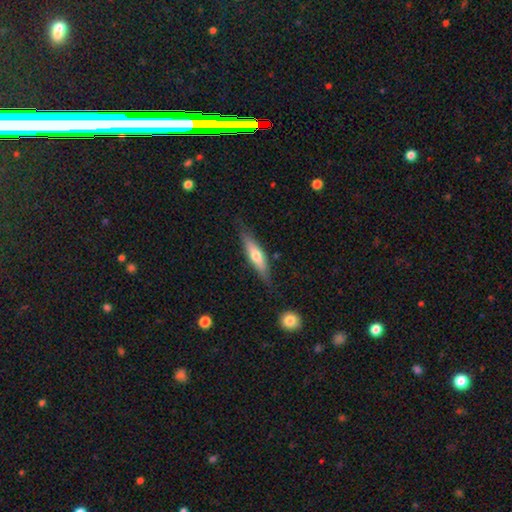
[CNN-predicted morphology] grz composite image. It shows a smooth galaxy with no disk features (49%). Merging: none (79%).